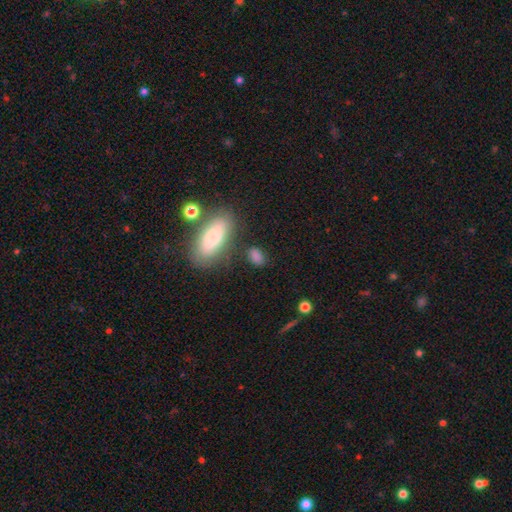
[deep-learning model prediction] Smooth or featured? Predicted: smooth (p=0.80). How rounded? Predicted: in between (p=0.79). Merging? Predicted: none (p=0.68).